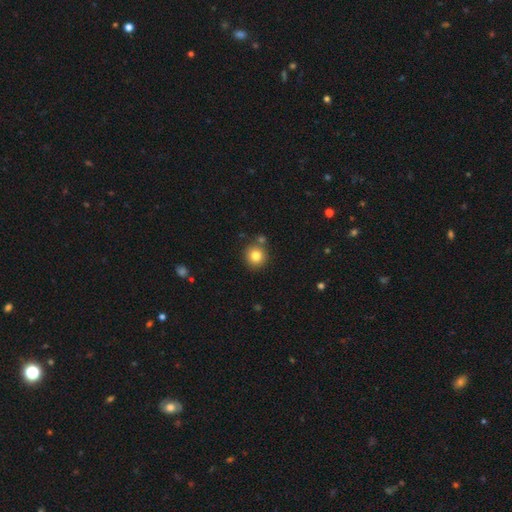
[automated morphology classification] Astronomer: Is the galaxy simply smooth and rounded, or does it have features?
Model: smooth — 81%.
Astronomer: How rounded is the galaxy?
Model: round — 93%.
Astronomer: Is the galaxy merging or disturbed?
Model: none — 79%.